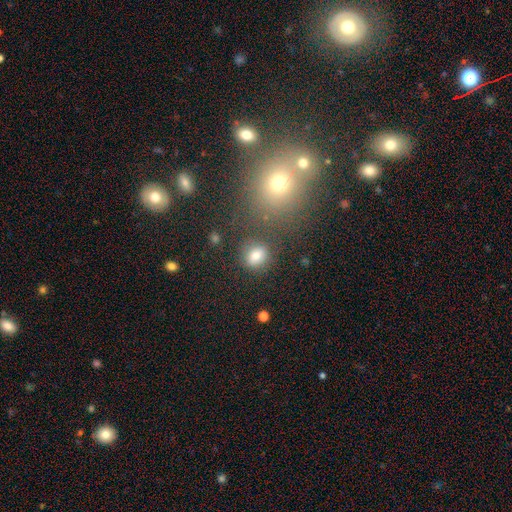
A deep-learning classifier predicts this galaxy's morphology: smooth 76%, star or artifact 14%, featured or disk 10%. Down the decision tree: how rounded — round (71%); merging — none (80%).